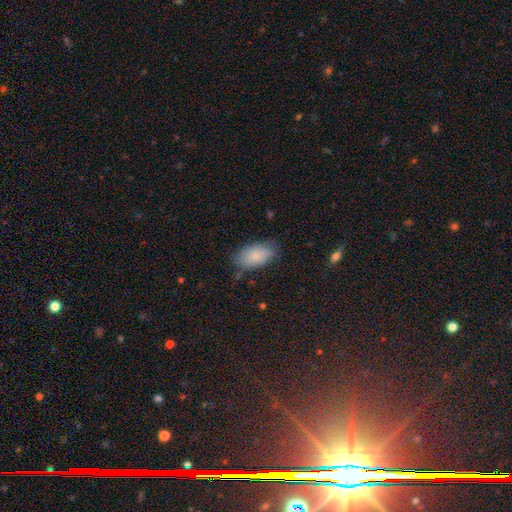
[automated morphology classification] The model was most divided on "merging": none: 72%, minor disturbance: 21%, major disturbance: 5%, merger: 2%. More confident: how rounded — in between (93%); smooth or featured — smooth (83%).